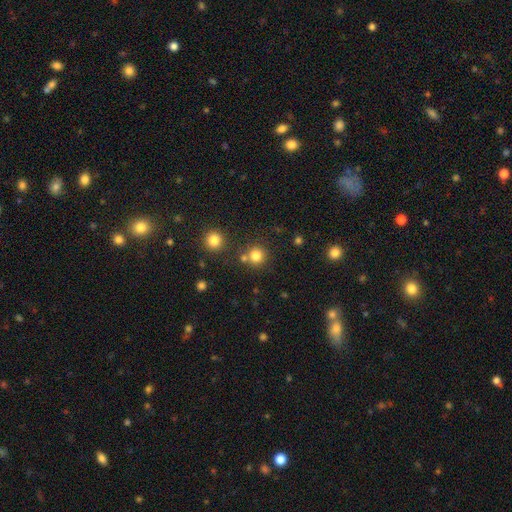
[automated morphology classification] Smooth or featured? smooth (81%)
How rounded? round (93%)
Merging? none (76%)